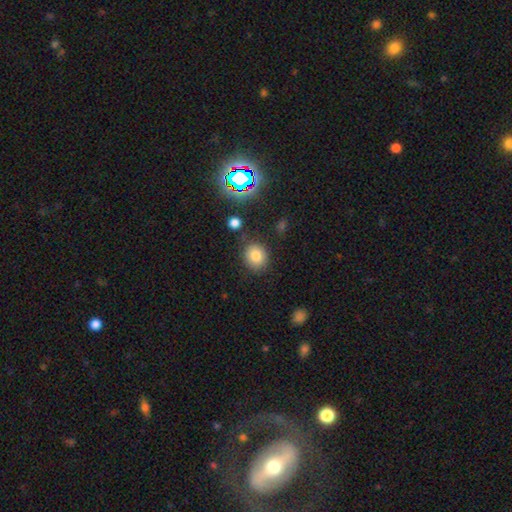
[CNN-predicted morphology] This is likely a smooth galaxy (79%). How rounded: likely round (76%). Merging: clearly none (82%).